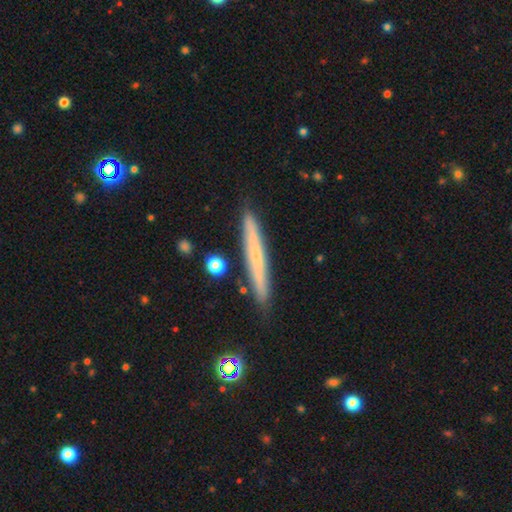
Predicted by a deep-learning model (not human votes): This appears to be a smooth galaxy with no disk features (51%) that is cigar-shaped (96%). Merging: none (87%).